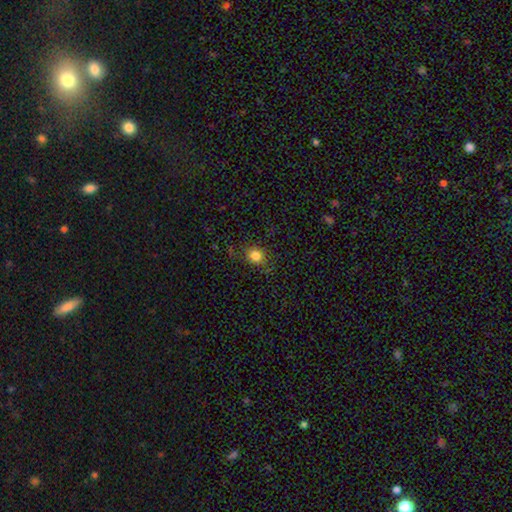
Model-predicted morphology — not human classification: This appears to be a smooth galaxy with no disk features (80%) that is round (71%). Merging: none (80%).